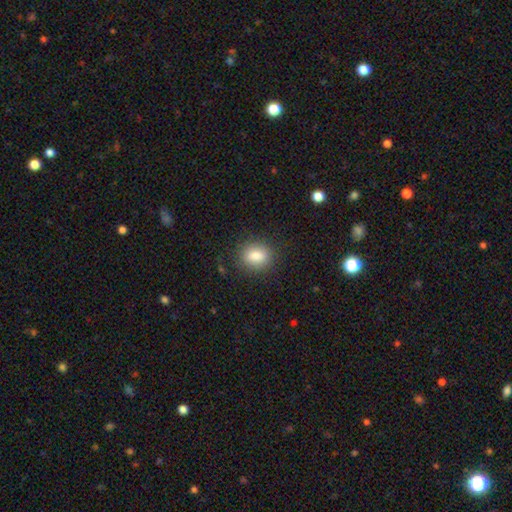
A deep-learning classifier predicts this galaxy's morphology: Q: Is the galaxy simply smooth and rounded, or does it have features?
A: smooth — 84%.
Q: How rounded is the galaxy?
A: round — 52%.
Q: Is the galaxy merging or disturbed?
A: none — 86%.